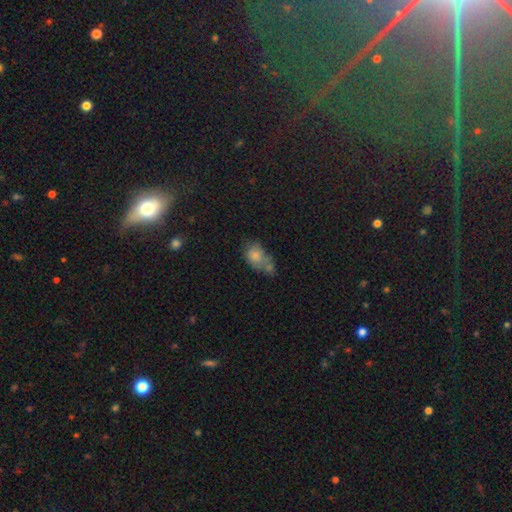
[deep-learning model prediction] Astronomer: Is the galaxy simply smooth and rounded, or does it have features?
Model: smooth — 73%.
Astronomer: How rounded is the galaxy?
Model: in between — 73%.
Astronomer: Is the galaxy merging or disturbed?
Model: merger — 42% (runner-up: none, 25%).